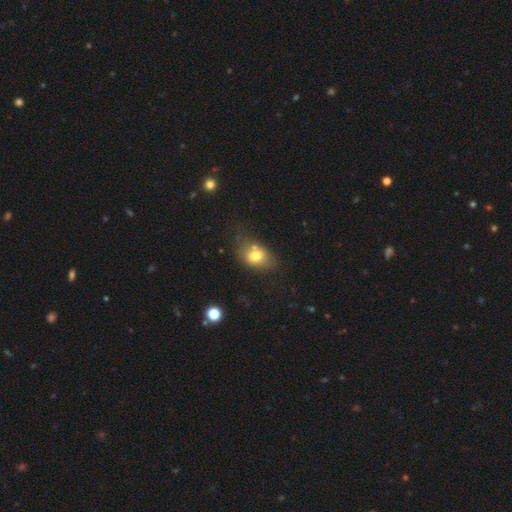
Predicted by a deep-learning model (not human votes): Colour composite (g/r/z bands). It shows a smooth galaxy with no disk features (71%) that is in between round and cigar-shaped (64%). Merging: none (46%).